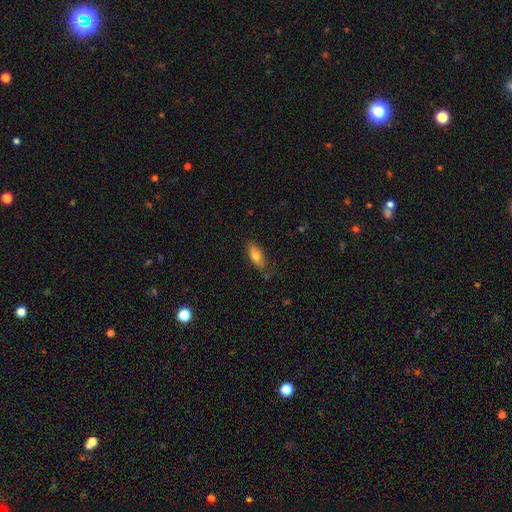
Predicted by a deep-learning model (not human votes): Overall: smooth (72%). How rounded: in between (73%). Merging: none (77%).